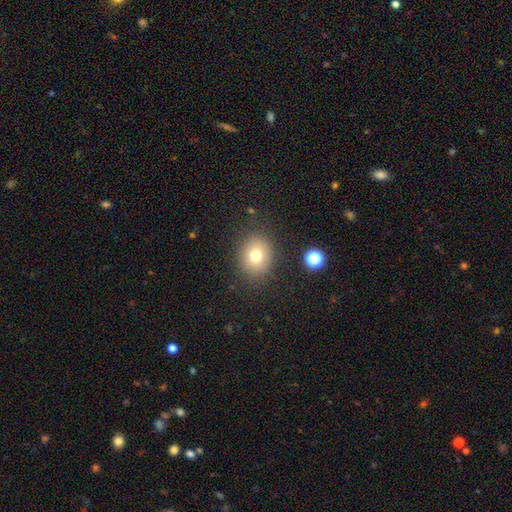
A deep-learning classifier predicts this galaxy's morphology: This is likely a smooth galaxy (73%). How rounded: likely round (71%). Merging: clearly none (86%).